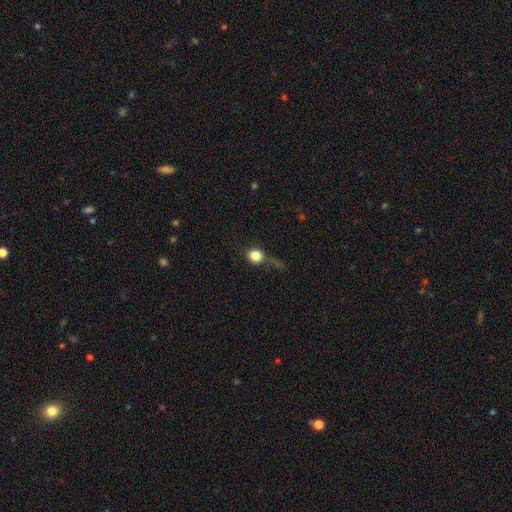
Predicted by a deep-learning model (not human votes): A smooth galaxy with no disk features (81%) that is round (84%).

Vote fractions:
- Smooth or featured? smooth: 81% / star or artifact: 10% / featured or disk: 8%
- How rounded? round: 84% / in between: 15% / cigar-shaped: 1%
- Merging? none: 48% / minor disturbance: 23% / major disturbance: 22% / merger: 7%